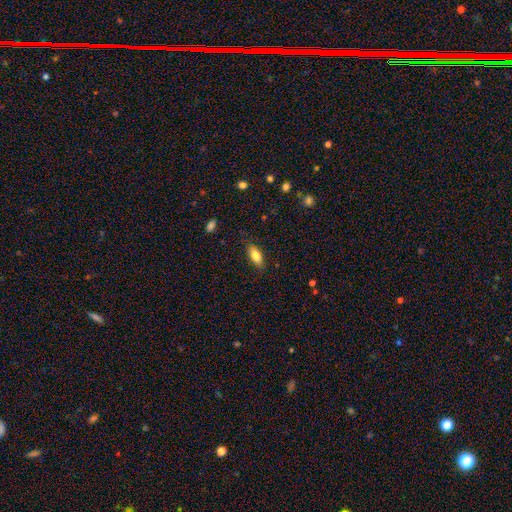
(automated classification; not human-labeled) Overall: smooth (80%). How rounded: in between (81%). Merging: none (83%).